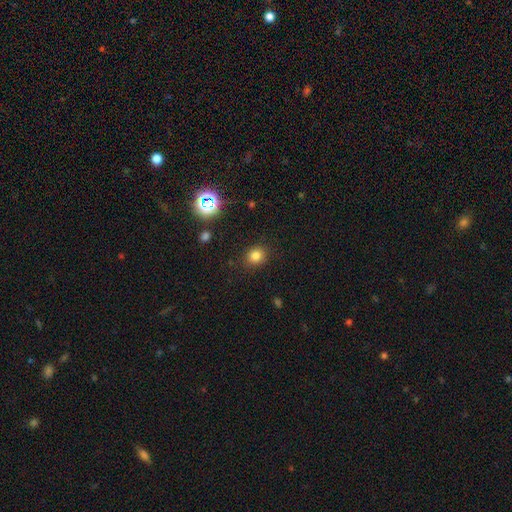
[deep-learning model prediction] This is likely a smooth galaxy (80%). How rounded: likely round (74%). Merging: clearly none (87%).